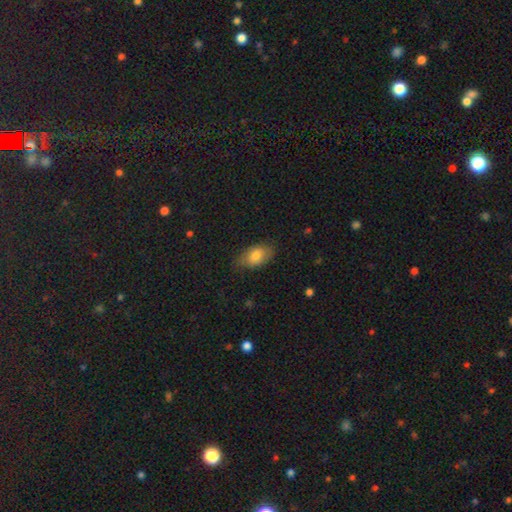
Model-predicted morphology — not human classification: This appears to be a smooth galaxy with no disk features (77%) that is in between round and cigar-shaped (91%). Merging: none (75%).